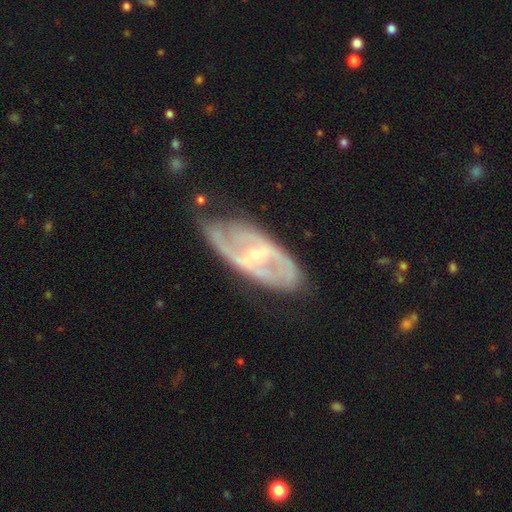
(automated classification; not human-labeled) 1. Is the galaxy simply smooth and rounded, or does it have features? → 82% featured or disk, 12% smooth, 6% star or artifact.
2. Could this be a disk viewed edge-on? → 90% no, 10% yes.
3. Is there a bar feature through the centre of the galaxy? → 40% weak, 34% strong, 26% no.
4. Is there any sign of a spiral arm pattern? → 80% yes, 20% no.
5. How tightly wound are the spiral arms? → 45% medium, 32% tight, 22% loose.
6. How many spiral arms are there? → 64% 2, 24% can't tell, 5% 3, 4% 1, 2% 4, 2% more than 4.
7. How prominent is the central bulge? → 77% small, 19% moderate, 2% none, 1% large, 1% dominant.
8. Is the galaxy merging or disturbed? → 62% none, 25% minor disturbance, 11% major disturbance, 3% merger.